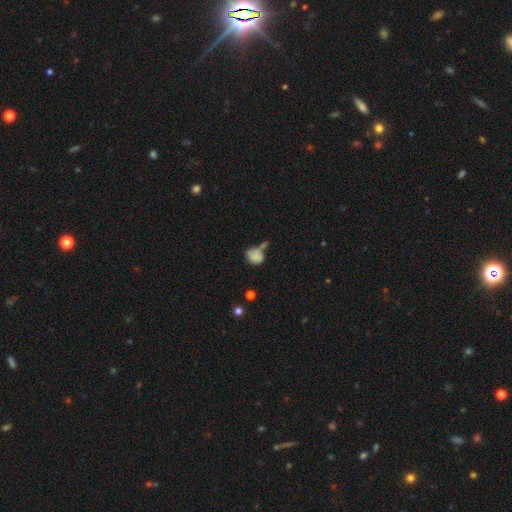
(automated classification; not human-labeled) smooth 68%, featured or disk 21%, star or artifact 11%. Down the decision tree: how rounded — round (54%); merging — merger (33%).